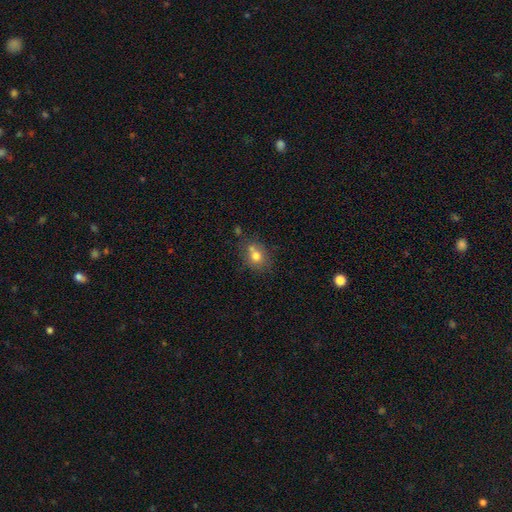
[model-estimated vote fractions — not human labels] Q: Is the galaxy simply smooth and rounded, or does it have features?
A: smooth — 74%.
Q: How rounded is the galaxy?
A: round — 56%.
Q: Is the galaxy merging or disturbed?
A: none — 53%.